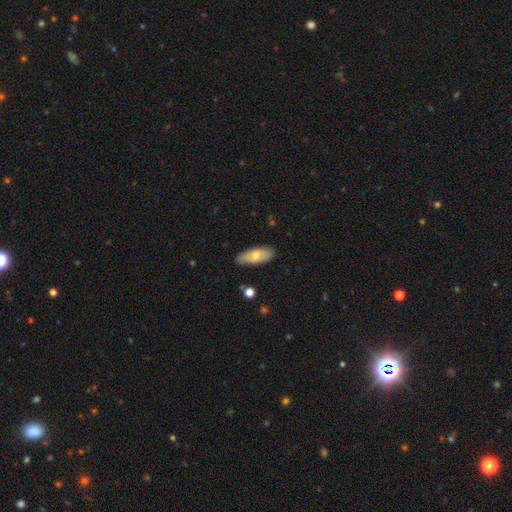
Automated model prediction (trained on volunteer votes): Smooth or featured?
  - smooth: 68% *
  - featured or disk: 26%
  - star or artifact: 6%
How rounded?
  - in between: 78% *
  - cigar-shaped: 20%
  - round: 2%
Merging?
  - none: 84% *
  - minor disturbance: 12%
  - major disturbance: 2%
  - merger: 1%